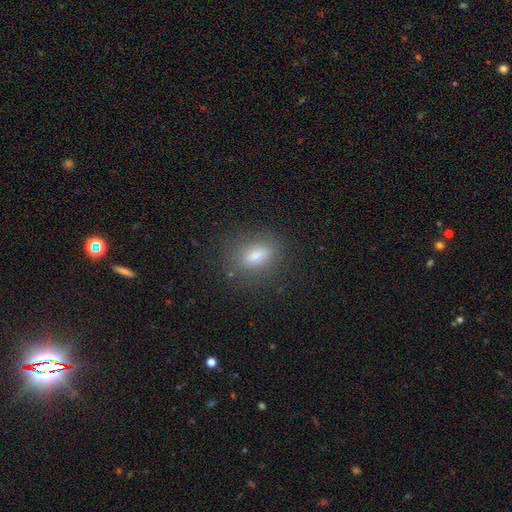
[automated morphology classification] Smooth or featured?
  - smooth: 77% *
  - featured or disk: 12%
  - star or artifact: 11%
How rounded?
  - in between: 75% *
  - round: 14%
  - cigar-shaped: 11%
Merging?
  - none: 82% *
  - minor disturbance: 12%
  - major disturbance: 4%
  - merger: 1%